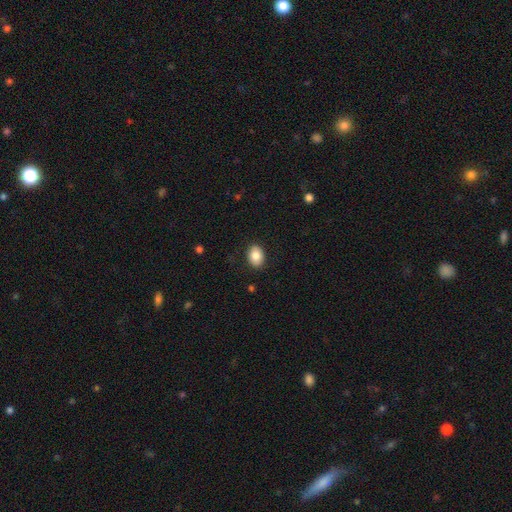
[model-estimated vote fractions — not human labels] Q: Smooth or featured?
A: smooth (85%); runner-up: star or artifact (7%)
Q: How rounded?
A: in between (77%); runner-up: round (22%)
Q: Merging?
A: none (88%); runner-up: minor disturbance (9%)